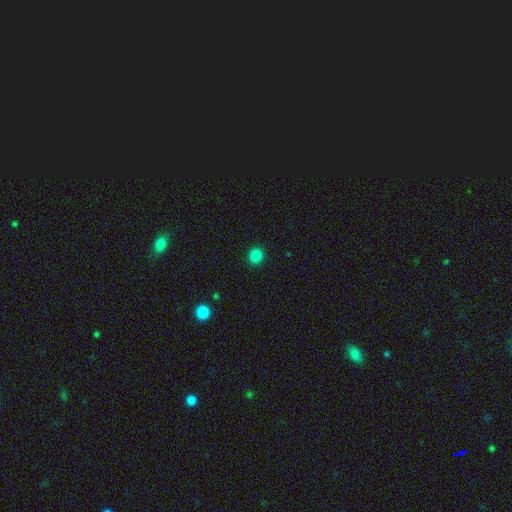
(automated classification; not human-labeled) This is clearly a smooth galaxy (84%). How rounded: clearly round (89%). Merging: clearly none (92%).